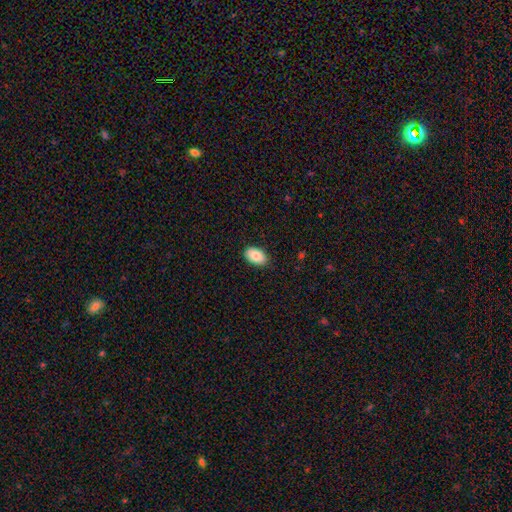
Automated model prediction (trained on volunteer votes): smooth-or-featured: smooth: 87% | star or artifact: 7% | featured or disk: 6%
  how-rounded: in between: 92% | round: 7% | cigar-shaped: 1%
  merging: none: 87% | minor disturbance: 10% | major disturbance: 2% | merger: 1%